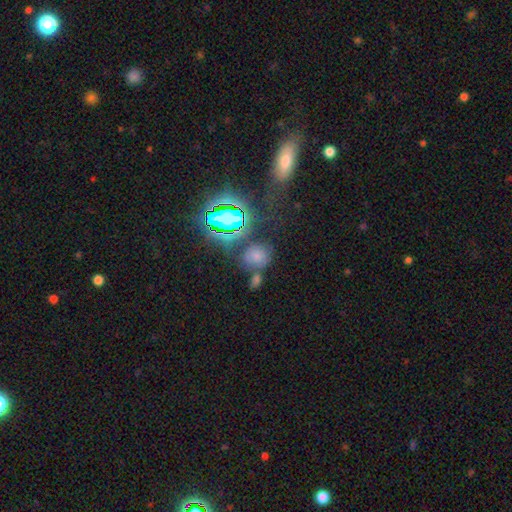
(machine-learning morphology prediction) A smooth galaxy with no disk features (58%) that is round (64%). Merging: none (60%).